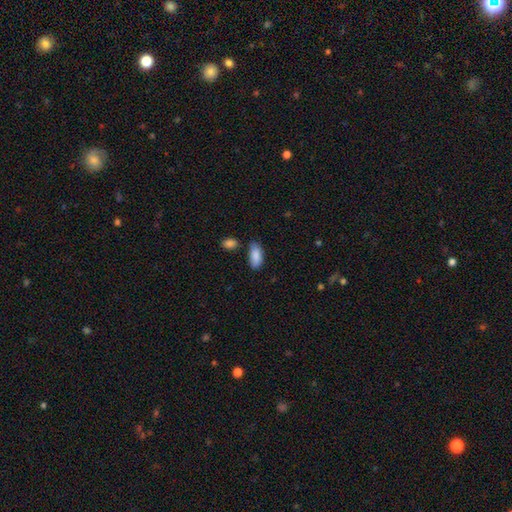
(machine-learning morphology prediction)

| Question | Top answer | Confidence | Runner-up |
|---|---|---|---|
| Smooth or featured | smooth | 88% | star or artifact (6%) |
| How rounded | in between | 88% | cigar-shaped (10%) |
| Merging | none | 68% | minor disturbance (21%) |